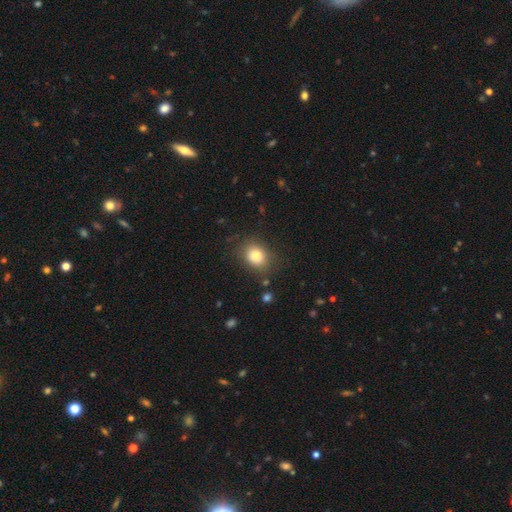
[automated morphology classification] Smooth or featured? smooth (80%)
How rounded? round (54%)
Merging? none (78%)